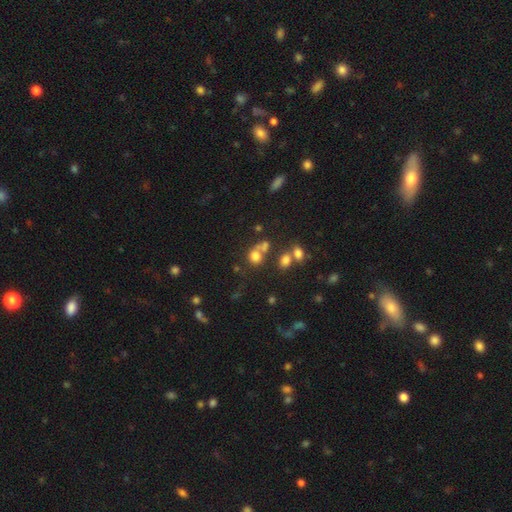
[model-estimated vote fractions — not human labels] This appears to be a smooth galaxy with no disk features (68%) that is round (74%). Merging: none (48%).